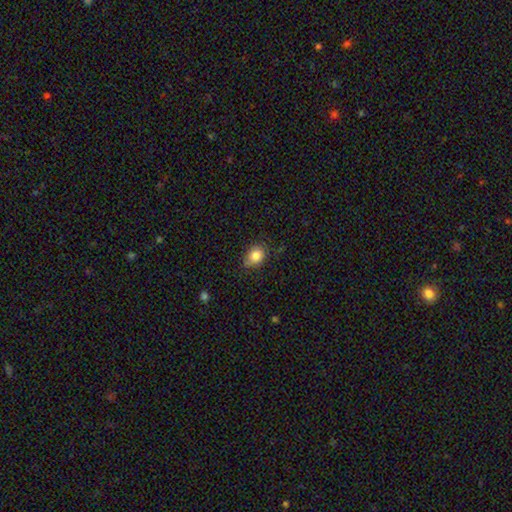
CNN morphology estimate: A smooth galaxy with no disk features (84%) that is round (50%).

Vote fractions:
- Smooth or featured? smooth: 84% / star or artifact: 9% / featured or disk: 7%
- How rounded? round: 50% / in between: 49% / cigar-shaped: 1%
- Merging? none: 71% / minor disturbance: 23% / major disturbance: 4% / merger: 2%